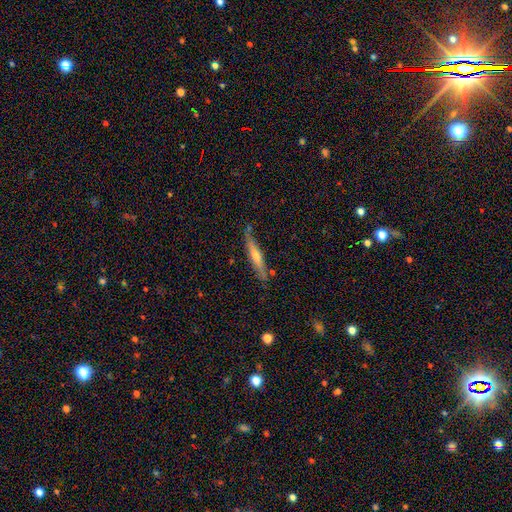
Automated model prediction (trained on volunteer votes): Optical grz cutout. It shows a featured or disk galaxy (57%) viewed edge-on (94%) with a rounded central bulge (78%). Merging: none (80%).